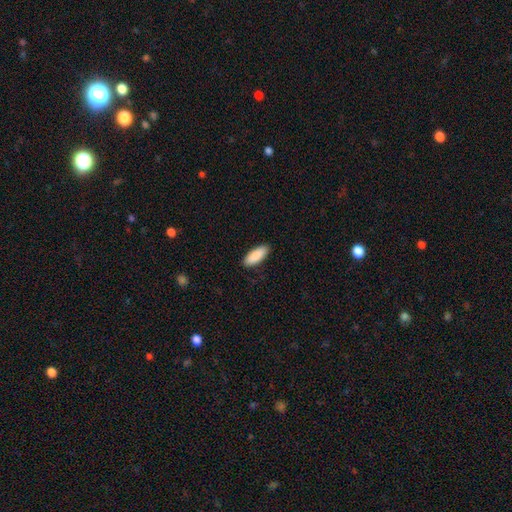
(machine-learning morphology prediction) A smooth galaxy with no disk features (90%) that is in between round and cigar-shaped (75%).

Vote fractions:
- Smooth or featured? smooth: 90% / star or artifact: 5% / featured or disk: 5%
- How rounded? in between: 75% / cigar-shaped: 23% / round: 2%
- Merging? none: 90% / minor disturbance: 8% / major disturbance: 2% / merger: 1%